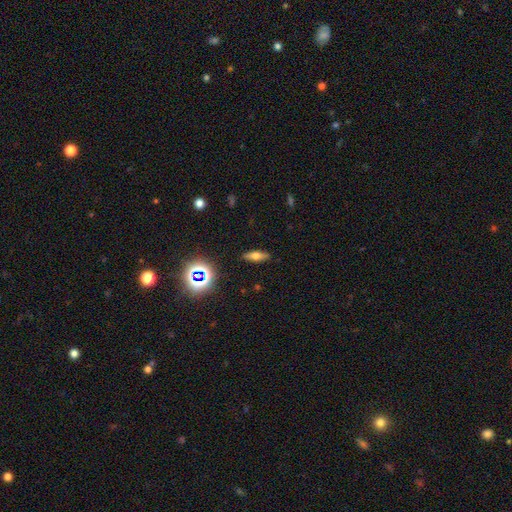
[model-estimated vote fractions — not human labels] Morphology: type=smooth (56%); roundness=in between (49%); merging=none (88%).